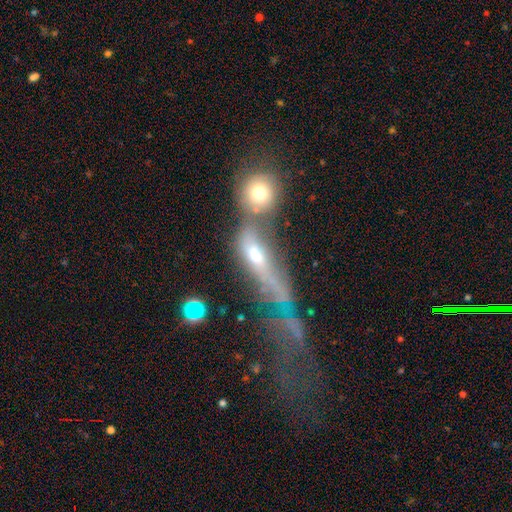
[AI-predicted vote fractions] A smooth galaxy with no disk features (46%). Merging: merger (58%).